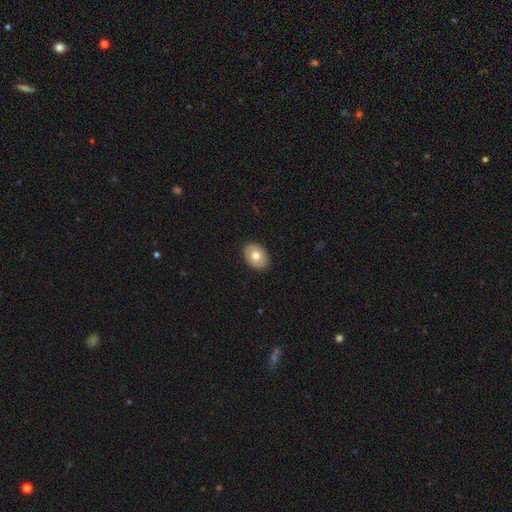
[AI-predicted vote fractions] A smooth galaxy with no disk features (72%) that is in between round and cigar-shaped (76%). Merging: none (89%).